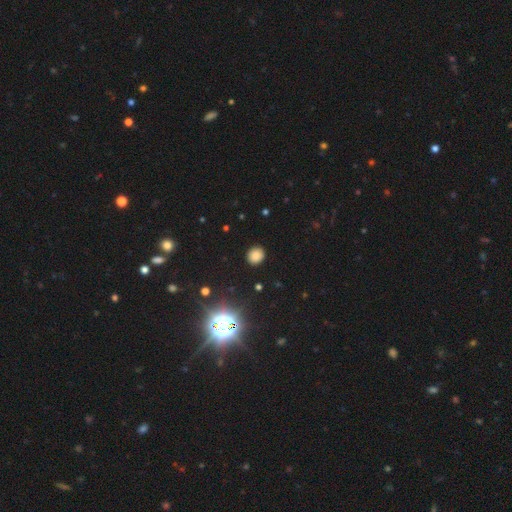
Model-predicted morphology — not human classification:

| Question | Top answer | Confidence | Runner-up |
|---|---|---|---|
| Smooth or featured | smooth | 78% | star or artifact (17%) |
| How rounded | round | 83% | in between (16%) |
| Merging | none | 90% | minor disturbance (7%) |